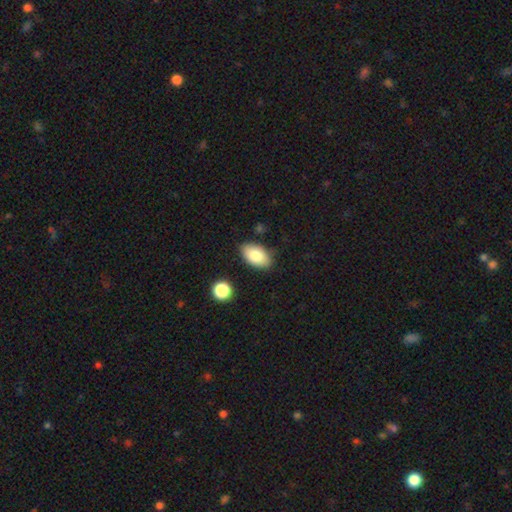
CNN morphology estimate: type=smooth (83%); roundness=in between (94%); merging=none (82%).